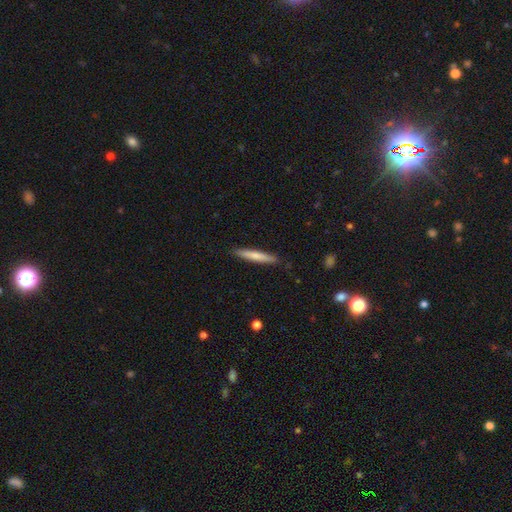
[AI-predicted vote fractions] This appears to be a smooth galaxy with no disk features (69%) that is cigar-shaped (95%). Merging: none (90%).